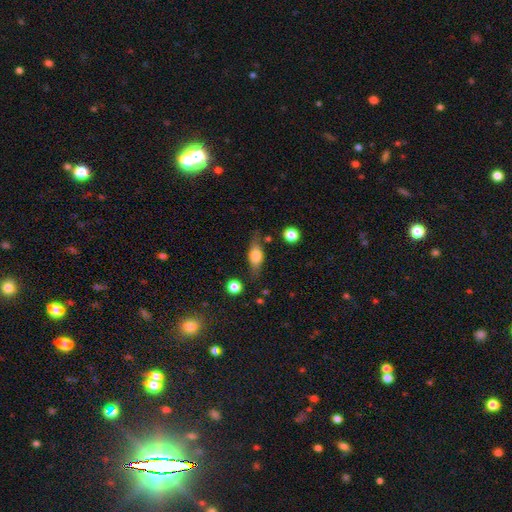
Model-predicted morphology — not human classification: Smooth or featured: smooth — 56% (featured or disk — 37%)
How rounded: in between — 66% (cigar-shaped — 26%)
Merging: none — 71% (minor disturbance — 19%)